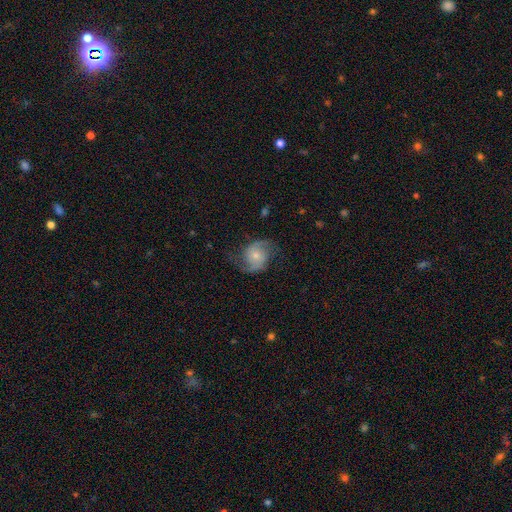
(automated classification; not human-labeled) The model was most divided on "bulge size": small: 45%, moderate: 44%, large: 5%, none: 4%, dominant: 1%. Remaining: edge-on disk — no (98%); spiral arms — yes (95%); spiral arm count — 2 (91%); smooth or featured — featured or disk (78%); merging — none (72%); bar — no (70%); spiral winding — medium (47%).